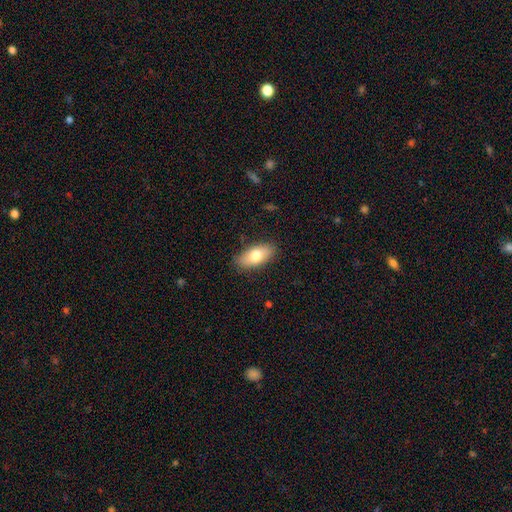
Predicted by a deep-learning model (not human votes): This is likely a smooth galaxy (74%). How rounded: clearly in between (87%). Merging: clearly none (86%).